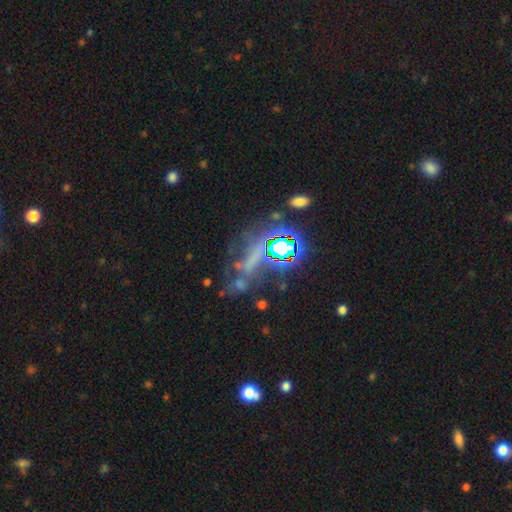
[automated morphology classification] The model was most divided on "smooth or featured": star or artifact: 56%, smooth: 23%, featured or disk: 21%.